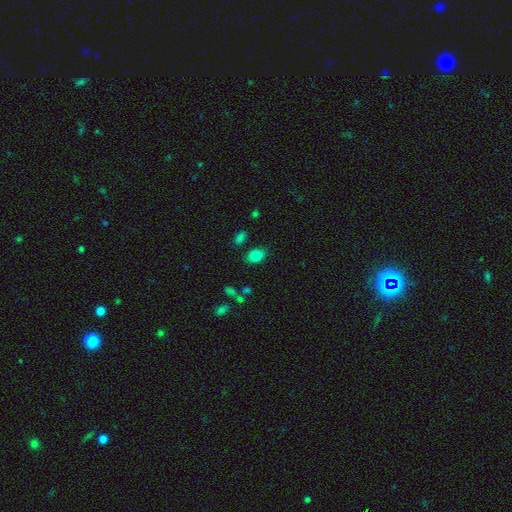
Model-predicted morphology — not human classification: type=smooth (83%); roundness=in between (80%); merging=none (79%).